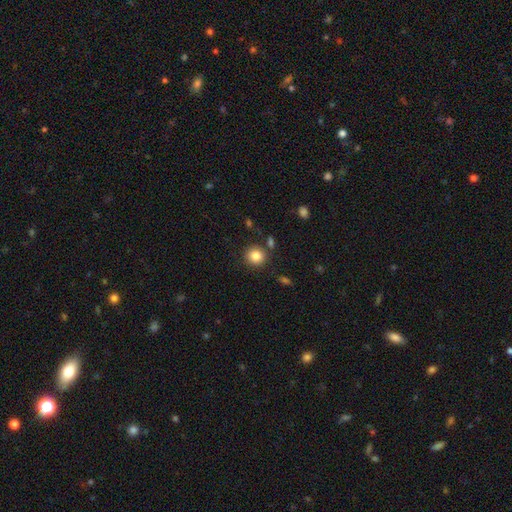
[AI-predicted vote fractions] A smooth galaxy with no disk features (84%) that is round (89%).

Vote fractions:
- Smooth or featured? smooth: 84% / star or artifact: 10% / featured or disk: 6%
- How rounded? round: 89% / in between: 10% / cigar-shaped: 1%
- Merging? none: 85% / minor disturbance: 8% / merger: 5% / major disturbance: 3%